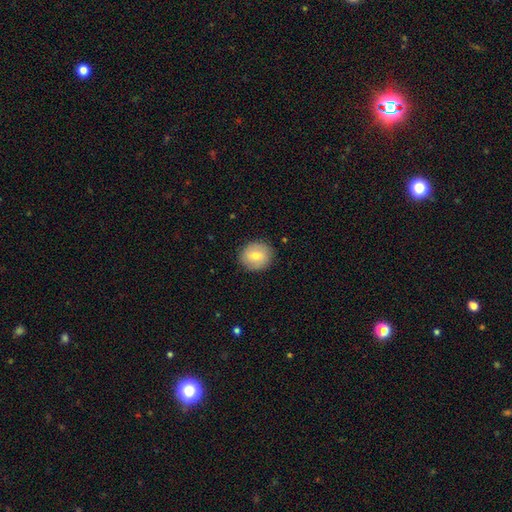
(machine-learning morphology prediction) Smooth or featured?
  - smooth: 66% *
  - featured or disk: 26%
  - star or artifact: 7%
How rounded?
  - round: 83% *
  - in between: 16%
  - cigar-shaped: 1%
Merging?
  - none: 88% *
  - minor disturbance: 9%
  - major disturbance: 2%
  - merger: 1%